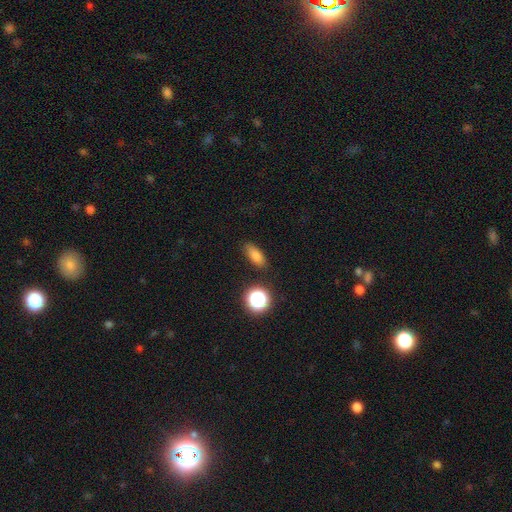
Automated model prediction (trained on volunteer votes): This is likely a smooth galaxy (78%). How rounded: likely in between (71%). Merging: clearly none (84%).